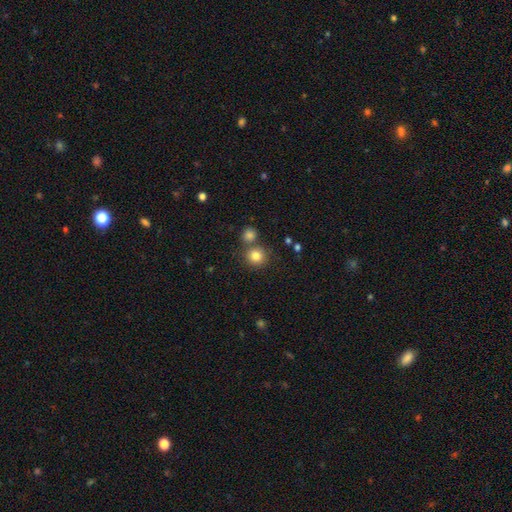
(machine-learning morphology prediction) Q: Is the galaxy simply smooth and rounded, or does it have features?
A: smooth — 82%.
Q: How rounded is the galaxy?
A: round — 90%.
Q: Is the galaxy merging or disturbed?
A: none — 68%.